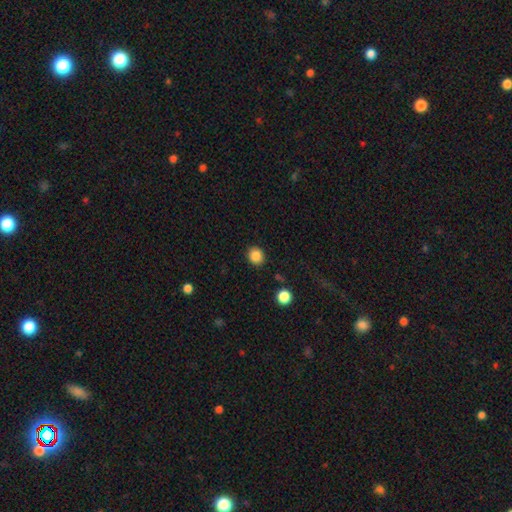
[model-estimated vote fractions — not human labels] This is clearly a smooth galaxy (86%). How rounded: clearly round (83%). Merging: clearly none (90%).